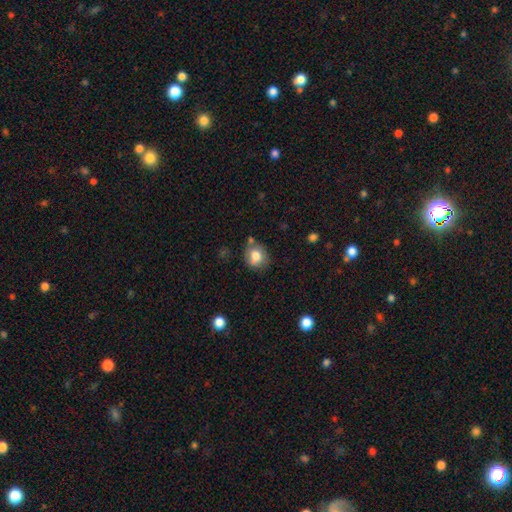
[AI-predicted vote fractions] smooth-or-featured: smooth: 77% | featured or disk: 13% | star or artifact: 10%
  how-rounded: round: 71% | in between: 28% | cigar-shaped: 1%
  merging: none: 67% | minor disturbance: 20% | merger: 8% | major disturbance: 5%